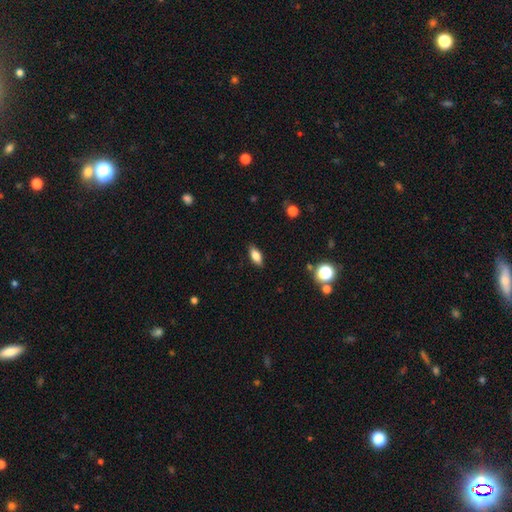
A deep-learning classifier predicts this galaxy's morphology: This appears to be a smooth galaxy with no disk features (77%) that is in between round and cigar-shaped (81%). Merging: none (87%).